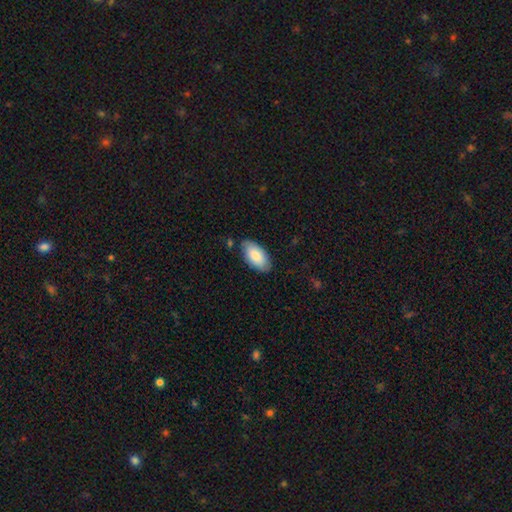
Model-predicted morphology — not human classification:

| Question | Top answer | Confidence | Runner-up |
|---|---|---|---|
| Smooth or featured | smooth | 84% | featured or disk (11%) |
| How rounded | in between | 95% | cigar-shaped (3%) |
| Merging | none | 79% | minor disturbance (16%) |